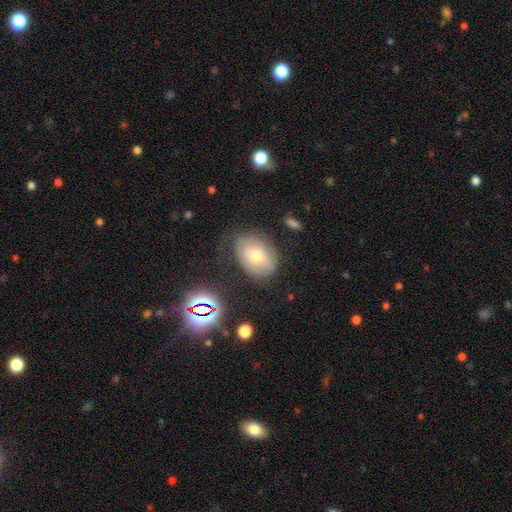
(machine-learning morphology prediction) This appears to be a smooth galaxy with no disk features (60%) that is in between round and cigar-shaped (77%). Merging: none (61%).